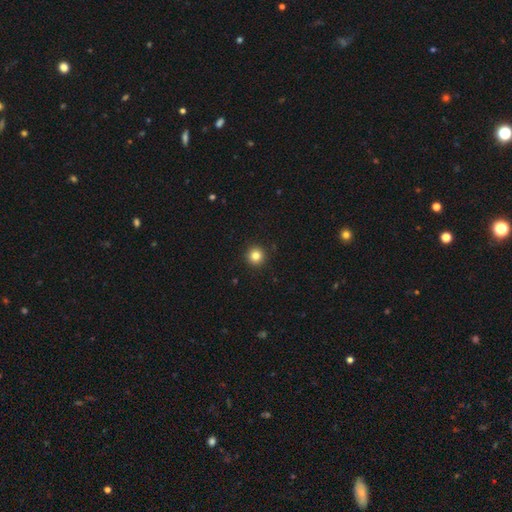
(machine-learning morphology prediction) Smooth or featured? Predicted: smooth (p=0.83). How rounded? Predicted: round (p=0.96). Merging? Predicted: none (p=0.93).